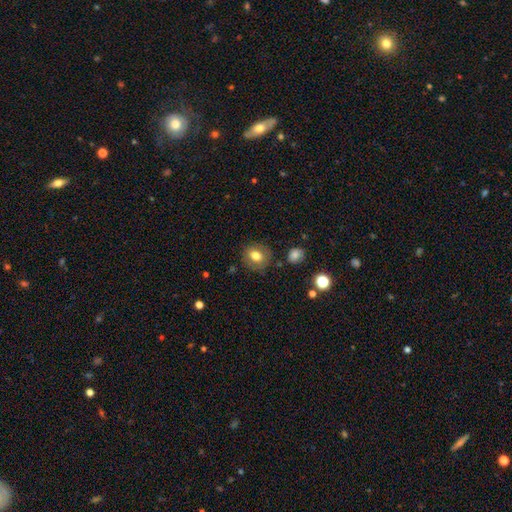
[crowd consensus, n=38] This is likely a smooth galaxy (68%). How rounded: likely round (69%). Merging: likely none (74%).